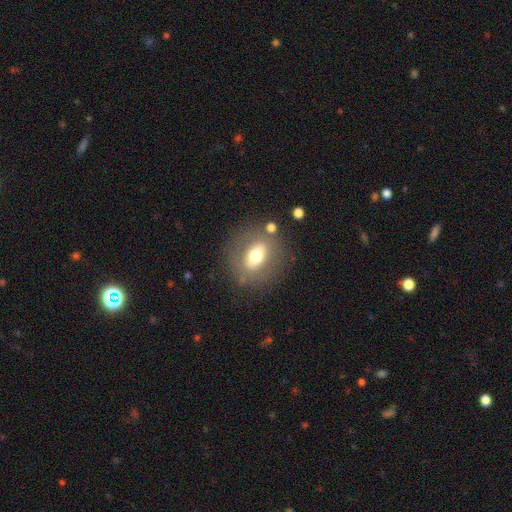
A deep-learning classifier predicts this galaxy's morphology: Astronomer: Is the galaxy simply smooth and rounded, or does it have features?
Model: smooth — 55% (runner-up: featured or disk, 36%).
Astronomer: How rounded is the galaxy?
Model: round — 51% (runner-up: in between, 47%).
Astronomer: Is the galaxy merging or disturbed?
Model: none — 75%.